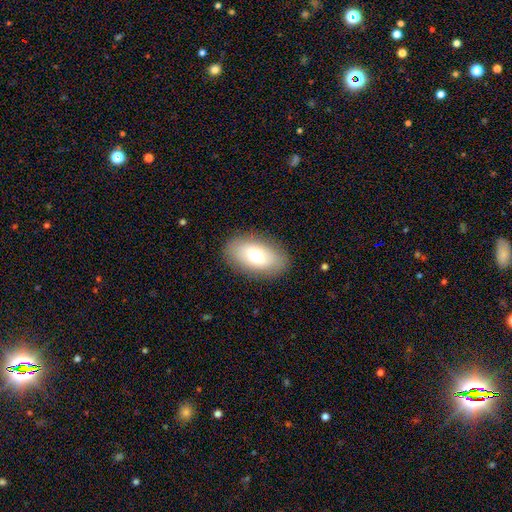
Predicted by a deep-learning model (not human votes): A smooth galaxy with no disk features (69%) that is in between round and cigar-shaped (93%).

Vote fractions:
- Smooth or featured? smooth: 69% / featured or disk: 23% / star or artifact: 7%
- How rounded? in between: 93% / round: 5% / cigar-shaped: 2%
- Merging? none: 86% / minor disturbance: 10% / major disturbance: 3% / merger: 1%